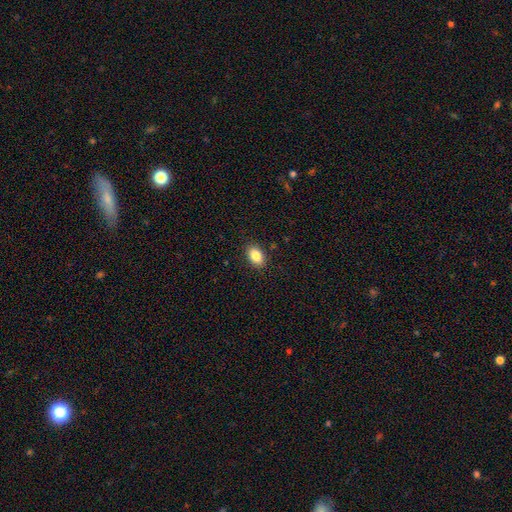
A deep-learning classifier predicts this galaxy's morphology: smooth-or-featured: smooth: 87% | star or artifact: 8% | featured or disk: 5%
  how-rounded: in between: 88% | round: 11% | cigar-shaped: 1%
  merging: none: 88% | minor disturbance: 9% | major disturbance: 2% | merger: 1%